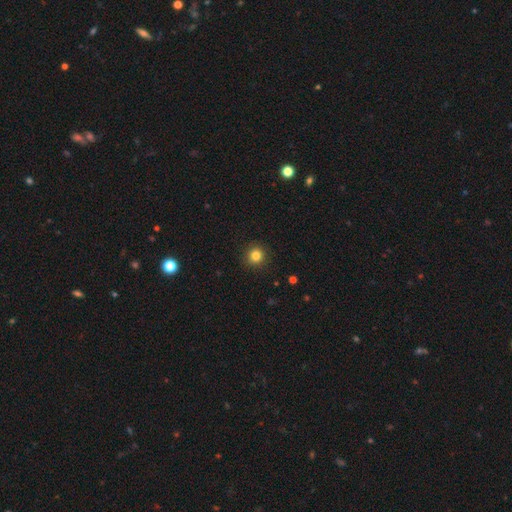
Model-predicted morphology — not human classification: Q: Smooth or featured?
A: smooth (83%); runner-up: star or artifact (12%)
Q: How rounded?
A: round (93%); runner-up: in between (6%)
Q: Merging?
A: none (91%); runner-up: minor disturbance (6%)